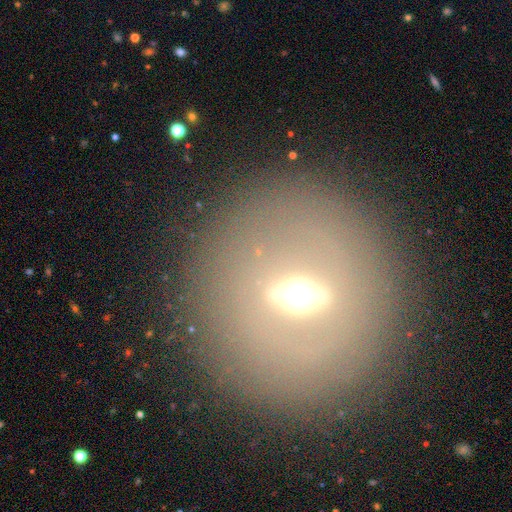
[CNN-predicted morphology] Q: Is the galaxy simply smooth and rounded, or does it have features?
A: featured or disk — 51%.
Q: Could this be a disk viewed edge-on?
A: no — 60%.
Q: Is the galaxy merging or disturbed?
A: none — 87%.